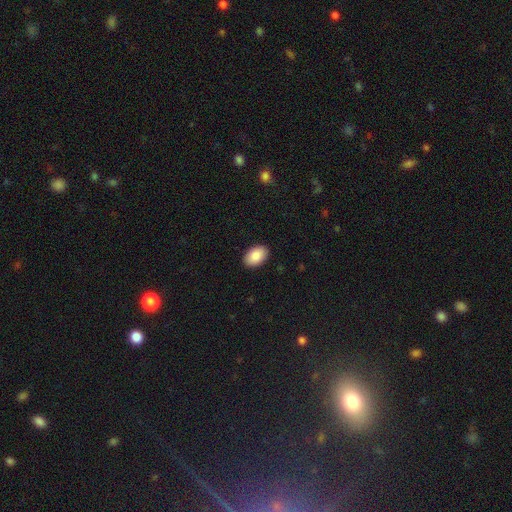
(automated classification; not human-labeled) Smooth or featured? smooth (88%)
How rounded? in between (92%)
Merging? none (90%)